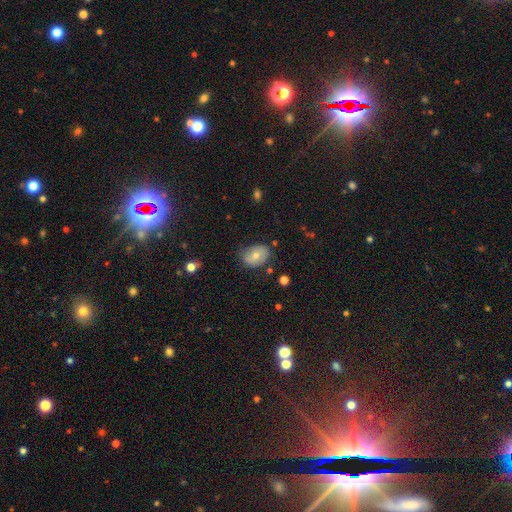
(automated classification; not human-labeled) A smooth galaxy with no disk features (63%) that is in between round and cigar-shaped (75%). Merging: none (68%).